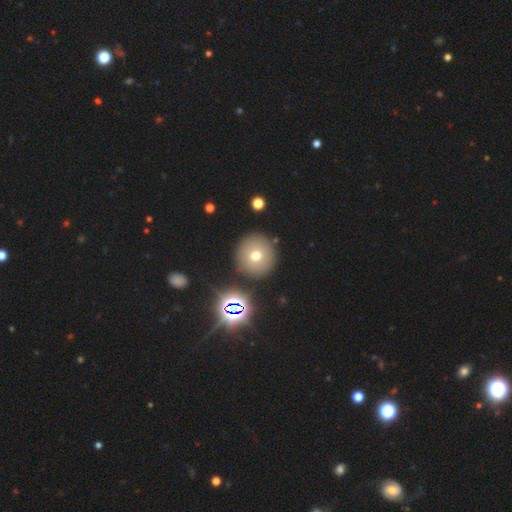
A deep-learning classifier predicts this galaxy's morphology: A smooth galaxy with no disk features (68%) that is round (95%).

Vote fractions:
- Smooth or featured? smooth: 68% / star or artifact: 18% / featured or disk: 15%
- How rounded? round: 95% / in between: 5% / cigar-shaped: 1%
- Merging? none: 86% / minor disturbance: 7% / merger: 4% / major disturbance: 3%